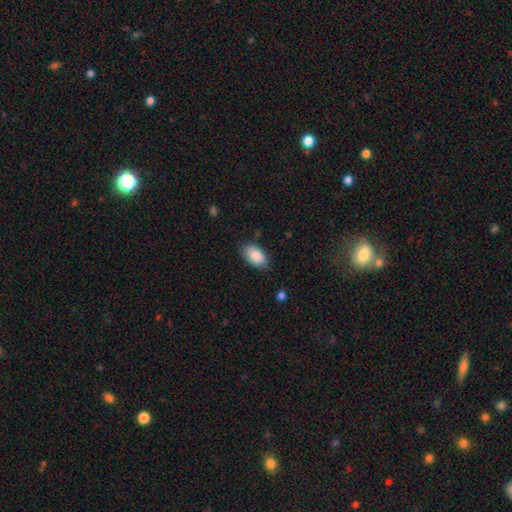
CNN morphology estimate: Smooth or featured: smooth — 88% (star or artifact — 6%)
How rounded: in between — 94% (round — 4%)
Merging: none — 78% (minor disturbance — 18%)